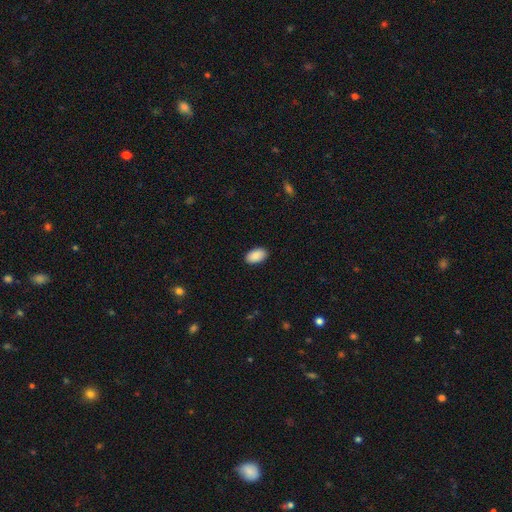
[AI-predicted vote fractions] smooth-or-featured: smooth: 90% | star or artifact: 6% | featured or disk: 3%
  how-rounded: in between: 94% | round: 4% | cigar-shaped: 1%
  merging: none: 90% | minor disturbance: 7% | major disturbance: 2% | merger: 1%